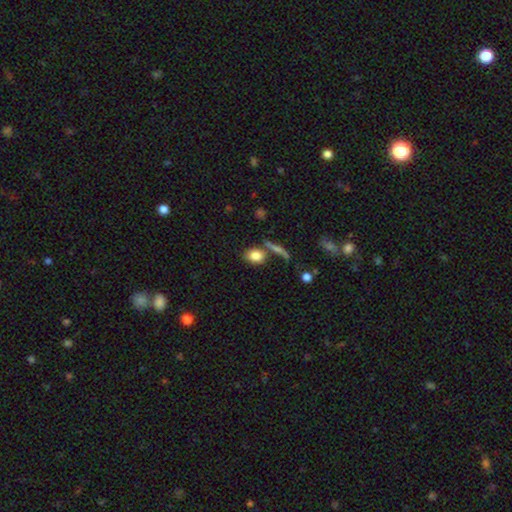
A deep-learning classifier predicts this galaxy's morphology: Smooth or featured?
  - smooth: 81% *
  - featured or disk: 10%
  - star or artifact: 9%
How rounded?
  - in between: 60% *
  - round: 37%
  - cigar-shaped: 3%
Merging?
  - none: 63% *
  - merger: 17%
  - minor disturbance: 14%
  - major disturbance: 6%